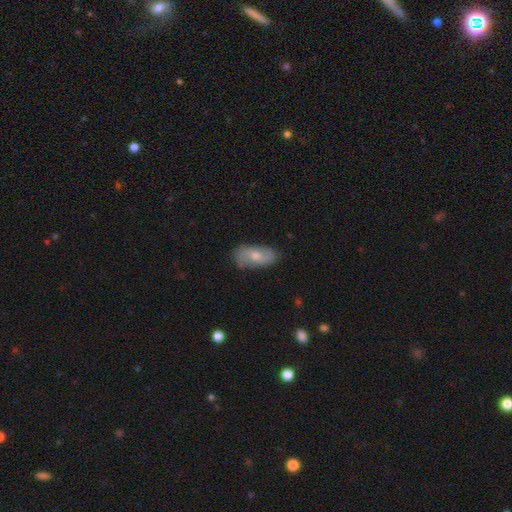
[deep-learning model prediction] smooth_or_featured: featured or disk (p=0.53) [alt: smooth p=0.39]
disk_edge_on: no (p=0.89) [alt: yes p=0.11]
merging: none (p=0.79) [alt: minor disturbance p=0.16]